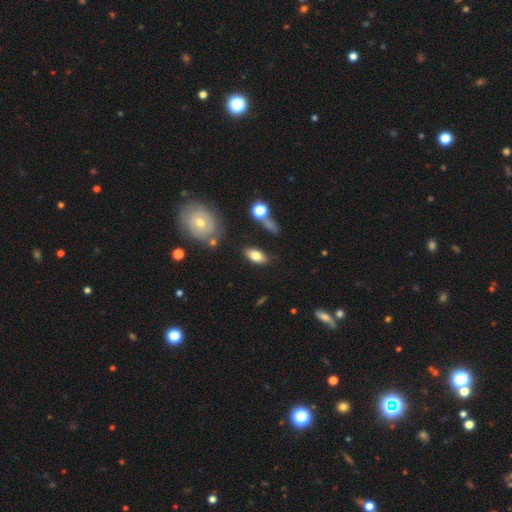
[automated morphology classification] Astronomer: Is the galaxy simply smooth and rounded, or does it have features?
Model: smooth — 74%.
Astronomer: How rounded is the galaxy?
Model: in between — 87%.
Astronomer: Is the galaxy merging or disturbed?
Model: none — 77%.